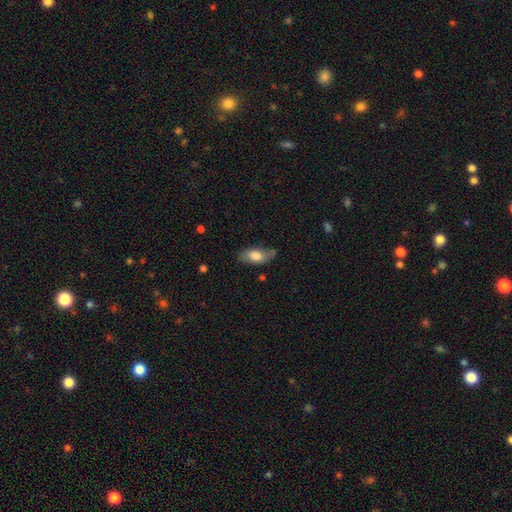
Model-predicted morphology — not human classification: Overall: smooth (70%). How rounded: in between (88%). Merging: none (68%).